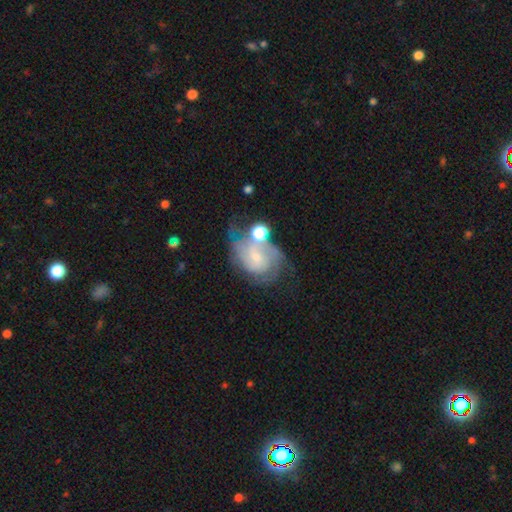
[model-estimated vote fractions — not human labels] This is likely a featured or disk galaxy (69%). It is clearly not viewed edge-on (97%). Bar: possibly no (49%). Spiral arm pattern: clearly yes (87%). Spiral arm count: marginally 2 (39%). Spiral winding: marginally medium (42%, tied with tight). Central bulge: likely small (61%). Merging: marginally none (42%).